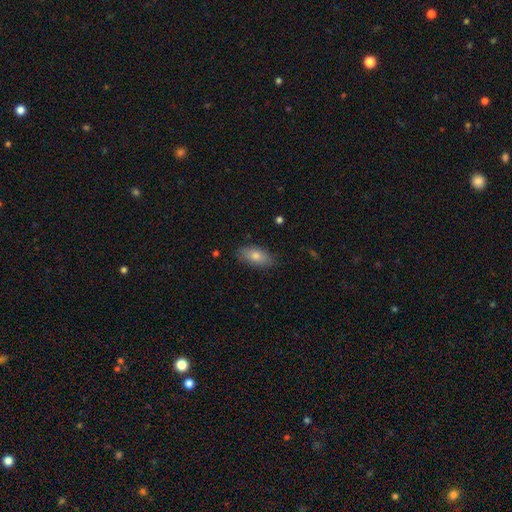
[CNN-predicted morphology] smooth-or-featured: smooth: 78% | featured or disk: 14% | star or artifact: 8%
  how-rounded: in between: 89% | cigar-shaped: 8% | round: 3%
  merging: none: 86% | minor disturbance: 11% | major disturbance: 2% | merger: 1%